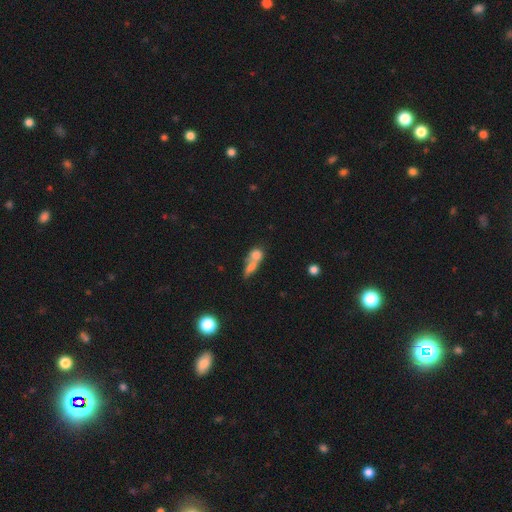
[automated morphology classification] The model was most divided on "how rounded": in between: 50%, round: 33%, cigar-shaped: 17%. More confident: smooth or featured — smooth (69%); merging — merger (66%).